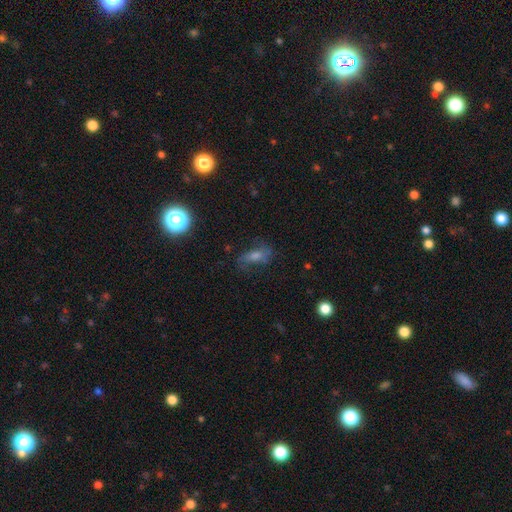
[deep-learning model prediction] Smooth or featured?
  - smooth: 40% *
  - featured or disk: 35%
  - star or artifact: 24%
Merging?
  - none: 64% *
  - minor disturbance: 21%
  - major disturbance: 13%
  - merger: 2%